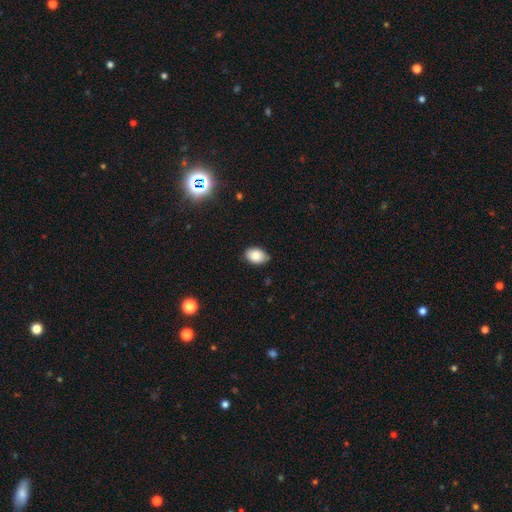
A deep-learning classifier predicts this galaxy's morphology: A smooth galaxy with no disk features (83%) that is in between round and cigar-shaped (85%).

Vote fractions:
- Smooth or featured? smooth: 83% / featured or disk: 9% / star or artifact: 8%
- How rounded? in between: 85% / round: 14% / cigar-shaped: 1%
- Merging? none: 80% / minor disturbance: 17% / major disturbance: 2% / merger: 1%